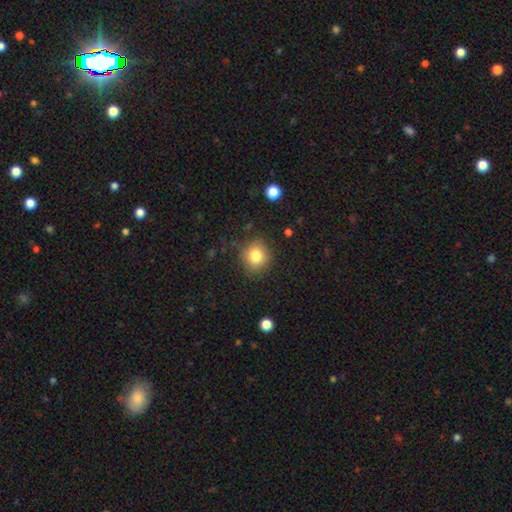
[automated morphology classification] type=smooth (81%); roundness=round (83%); merging=none (84%).